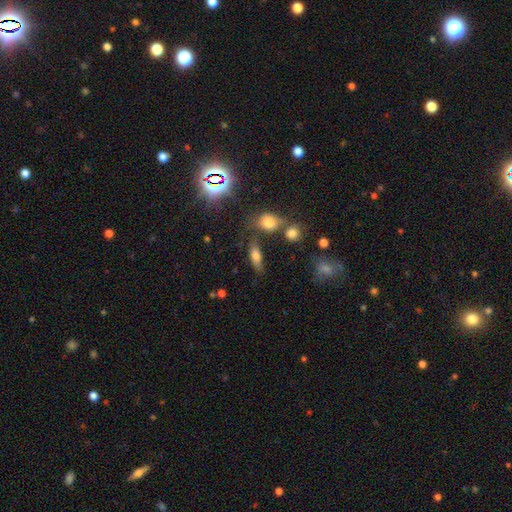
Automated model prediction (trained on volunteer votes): smooth 68%, featured or disk 19%, star or artifact 13%. Down the decision tree: how rounded — in between (62%); merging — none (67%).